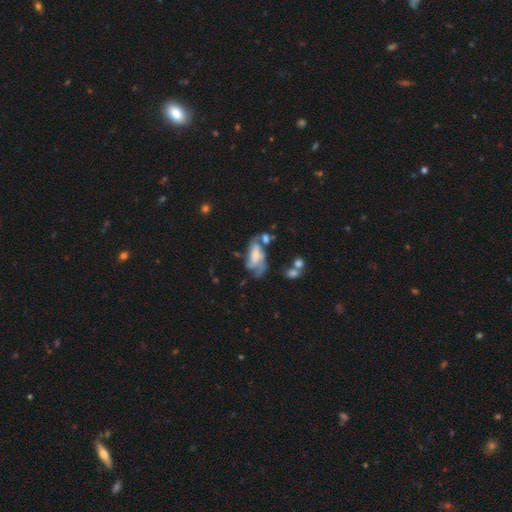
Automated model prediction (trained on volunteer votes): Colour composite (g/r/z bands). It shows a featured or disk galaxy (59%) with no bar (52%), spiral arms (75%) and no central bulge (31%). Merging: none (33%).